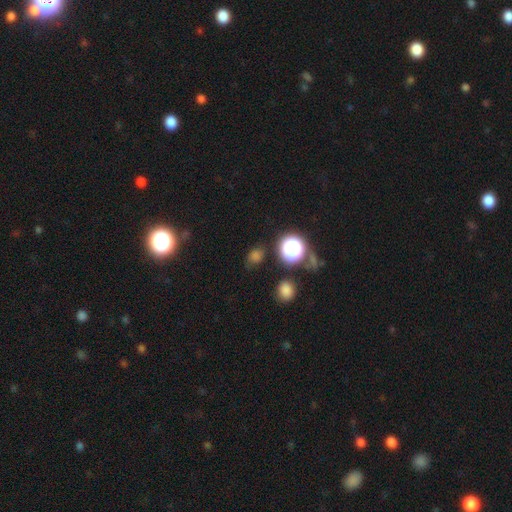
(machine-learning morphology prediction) smooth 54%, star or artifact 38%, featured or disk 9%. Down the decision tree: how rounded — round (69%); merging — none (75%).